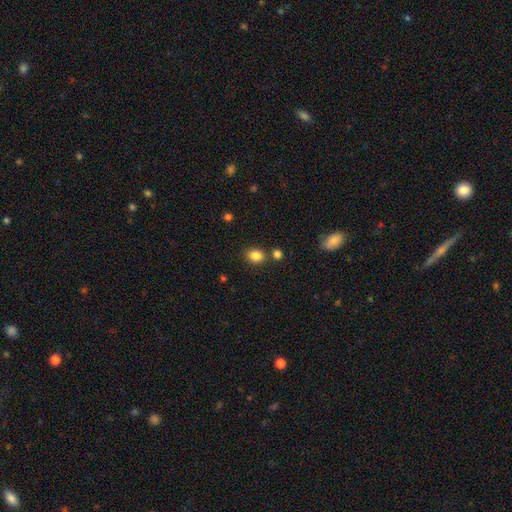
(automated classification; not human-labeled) This is clearly a smooth galaxy (85%). How rounded: possibly round (51%). Merging: likely none (75%).